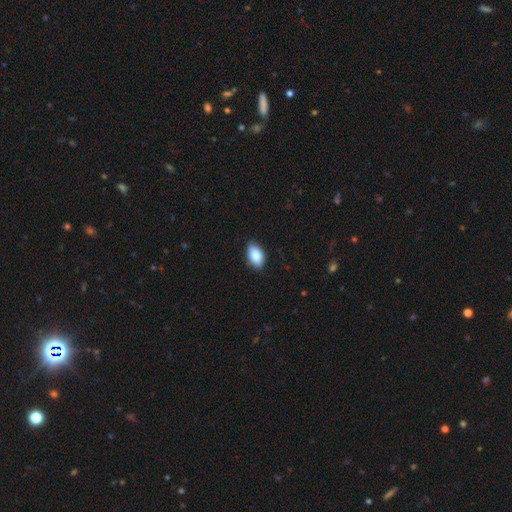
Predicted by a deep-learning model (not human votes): Morphology: type=smooth (84%); roundness=in between (91%); merging=none (86%).